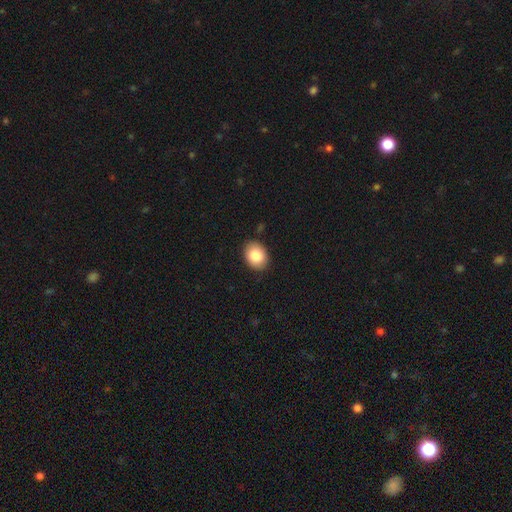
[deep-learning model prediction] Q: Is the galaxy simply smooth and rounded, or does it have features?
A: smooth — 87%.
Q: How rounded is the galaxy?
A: in between — 64%.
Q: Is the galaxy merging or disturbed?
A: none — 87%.